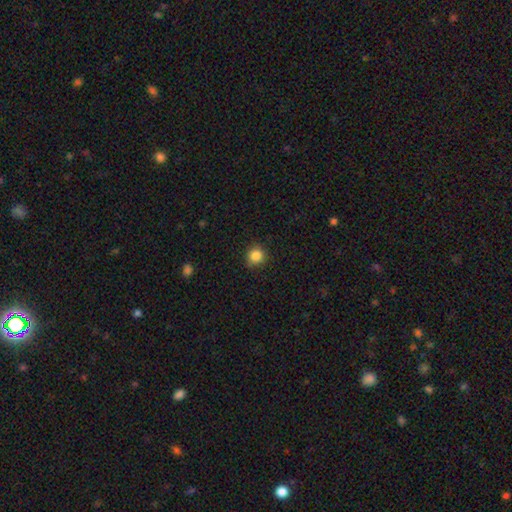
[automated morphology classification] Smooth or featured? smooth (85%)
How rounded? round (90%)
Merging? none (85%)